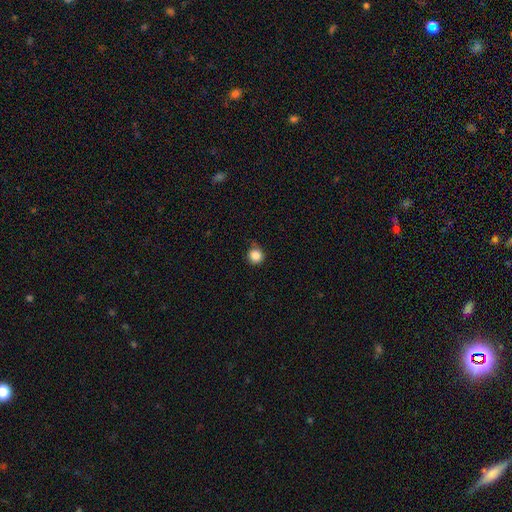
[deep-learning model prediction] Smooth or featured: smooth — 85% (star or artifact — 11%)
How rounded: round — 91% (in between — 8%)
Merging: none — 71% (minor disturbance — 22%)